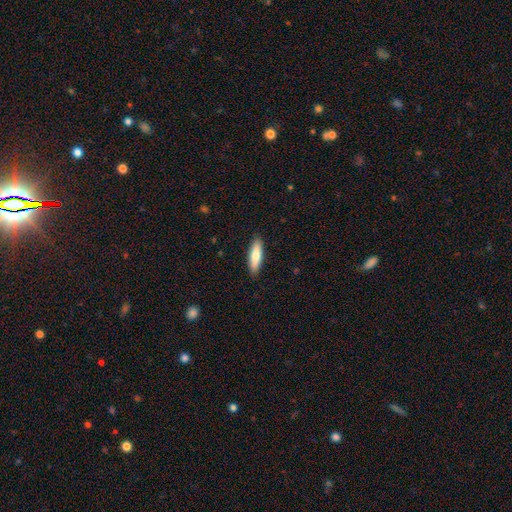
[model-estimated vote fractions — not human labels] Smooth or featured? Predicted: smooth (p=0.76). How rounded? Predicted: cigar-shaped (p=0.63). Merging? Predicted: none (p=0.89).